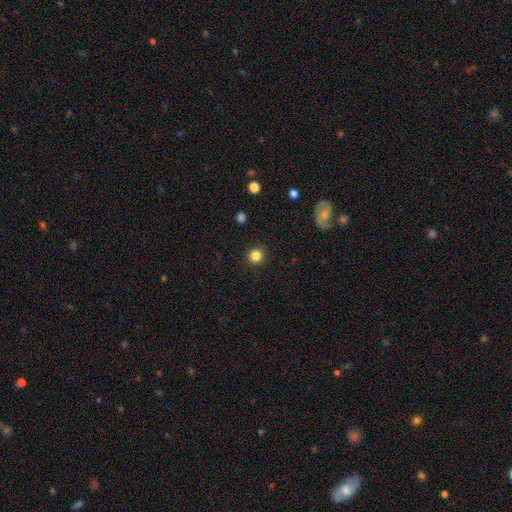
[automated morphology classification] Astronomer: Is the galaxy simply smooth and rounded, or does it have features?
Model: smooth — 84%.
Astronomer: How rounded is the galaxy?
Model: round — 92%.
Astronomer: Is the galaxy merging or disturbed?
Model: none — 91%.